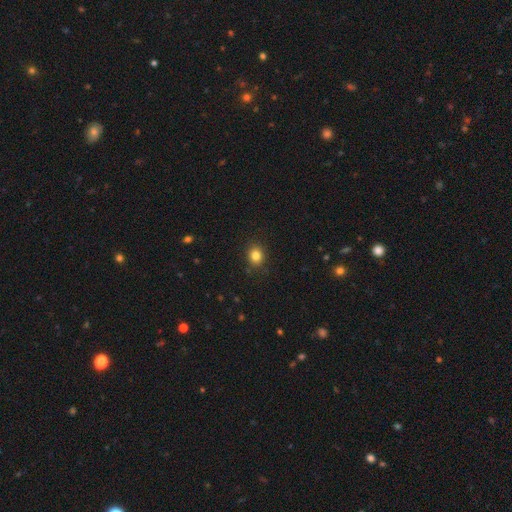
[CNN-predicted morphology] A smooth galaxy with no disk features (82%) that is round (69%).

Vote fractions:
- Smooth or featured? smooth: 82% / star or artifact: 12% / featured or disk: 6%
- How rounded? round: 69% / in between: 31% / cigar-shaped: 1%
- Merging? none: 88% / minor disturbance: 9% / major disturbance: 2% / merger: 1%